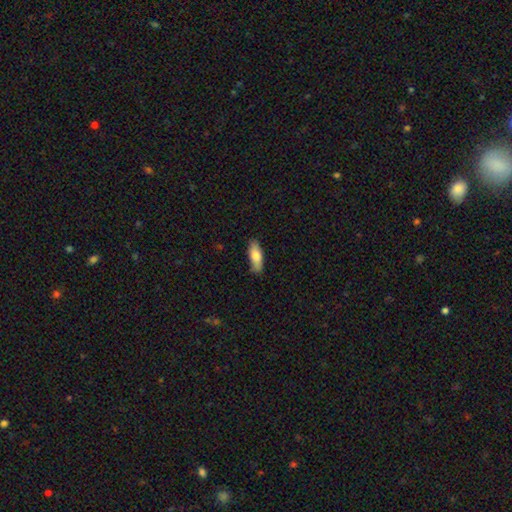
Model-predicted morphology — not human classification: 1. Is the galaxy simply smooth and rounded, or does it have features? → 79% smooth, 16% featured or disk, 6% star or artifact.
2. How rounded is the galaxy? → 68% in between, 30% cigar-shaped, 2% round.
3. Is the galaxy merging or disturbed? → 84% none, 13% minor disturbance, 2% major disturbance, 1% merger.